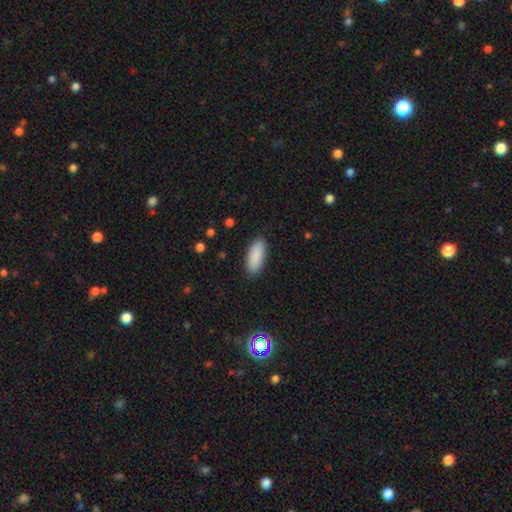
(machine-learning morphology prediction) Smooth or featured? smooth (90%)
How rounded? in between (79%)
Merging? none (88%)